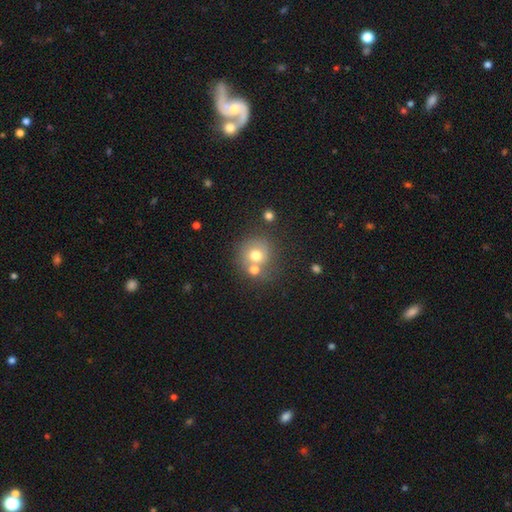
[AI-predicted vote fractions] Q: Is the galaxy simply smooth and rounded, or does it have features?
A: smooth — 67%.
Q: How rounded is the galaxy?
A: round — 86%.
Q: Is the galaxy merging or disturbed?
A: none — 51%.